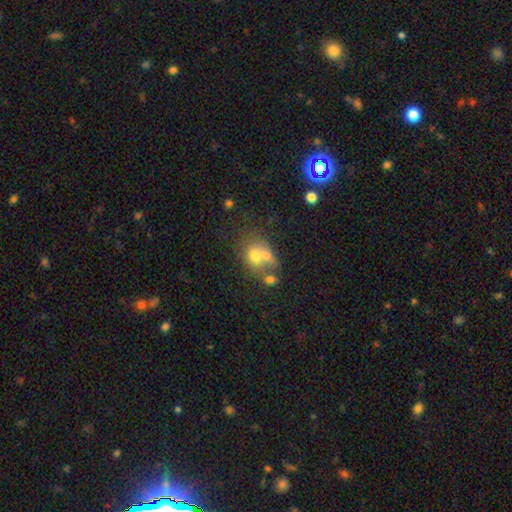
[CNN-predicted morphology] smooth-or-featured: smooth: 65% | featured or disk: 23% | star or artifact: 12%
  how-rounded: round: 58% | in between: 41% | cigar-shaped: 1%
  merging: merger: 52% | none: 29% | minor disturbance: 11% | major disturbance: 8%